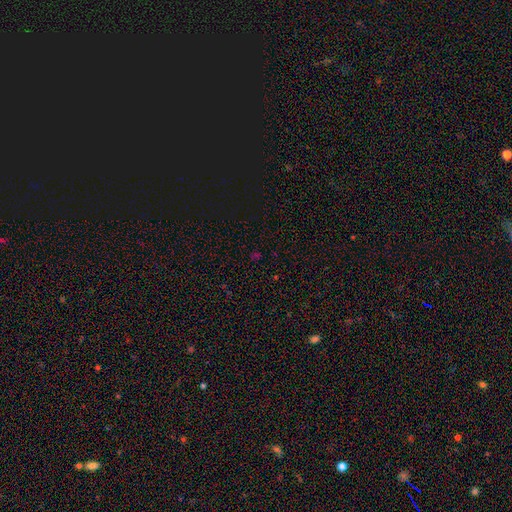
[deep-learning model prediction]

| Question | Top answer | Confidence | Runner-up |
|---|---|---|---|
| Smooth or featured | star or artifact | 60% | smooth (33%) |